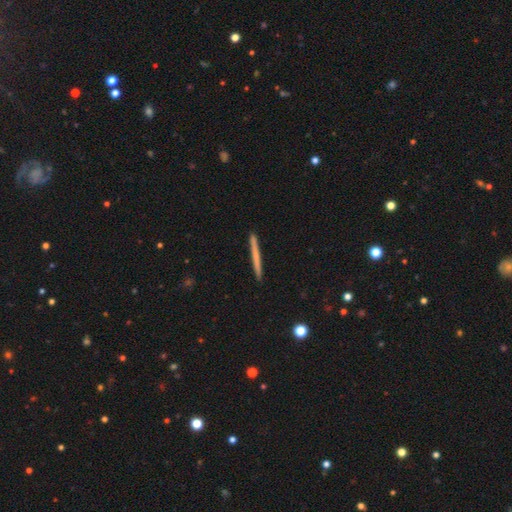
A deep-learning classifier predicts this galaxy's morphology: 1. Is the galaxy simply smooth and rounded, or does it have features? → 59% smooth, 36% featured or disk, 6% star or artifact.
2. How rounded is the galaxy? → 97% cigar-shaped, 2% in between, 1% round.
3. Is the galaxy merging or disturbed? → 92% none, 5% minor disturbance, 1% merger, 1% major disturbance.